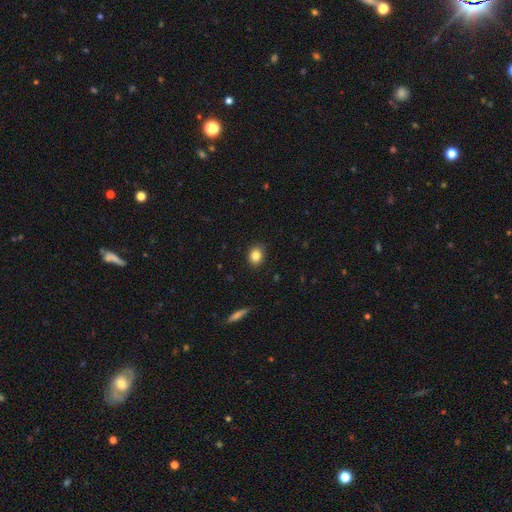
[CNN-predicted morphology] A smooth galaxy with no disk features (84%) that is round (67%). Merging: none (88%).